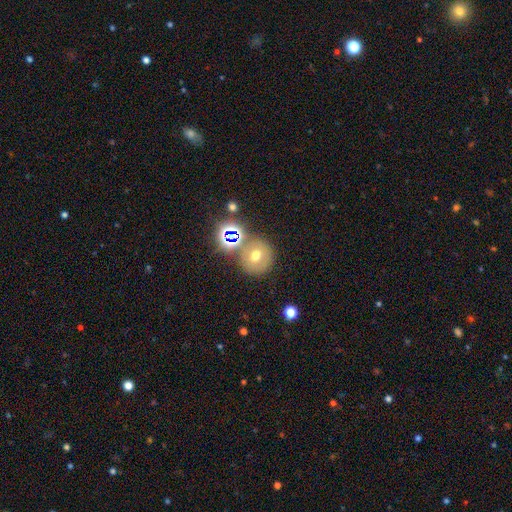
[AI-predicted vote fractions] Smooth or featured? smooth (57%)
How rounded? round (90%)
Merging? none (68%)